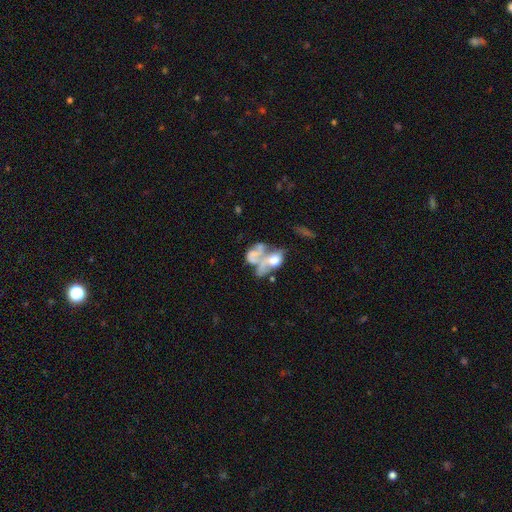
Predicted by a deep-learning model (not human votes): featured or disk 53%, smooth 34%, star or artifact 13%. Down the decision tree: edge-on disk — no (96%); bar — no (89%); spiral arms — no (83%); bulge size — none (42%); merging — merger (57%).